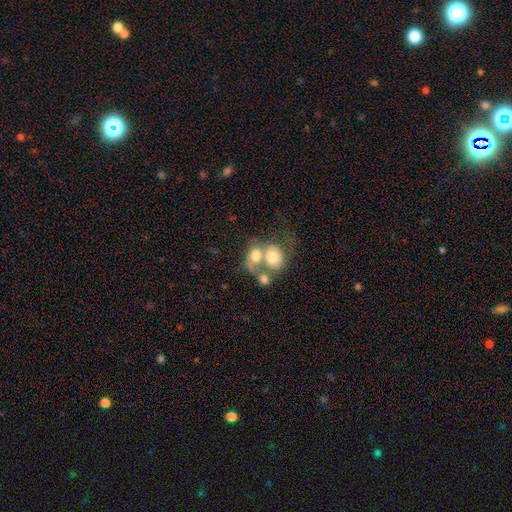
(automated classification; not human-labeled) Smooth or featured? smooth (64%)
How rounded? round (53%)
Merging? merger (66%)